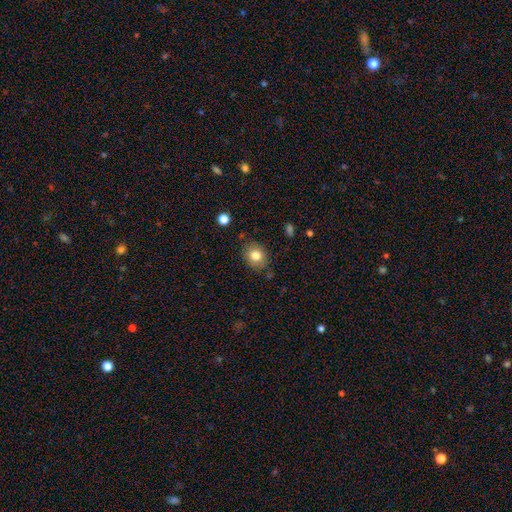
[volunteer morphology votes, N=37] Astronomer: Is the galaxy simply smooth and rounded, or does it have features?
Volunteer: smooth — 89%.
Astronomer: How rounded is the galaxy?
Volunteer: round — 55% (runner-up: in between, 39%).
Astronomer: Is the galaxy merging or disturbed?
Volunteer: none — 77%.